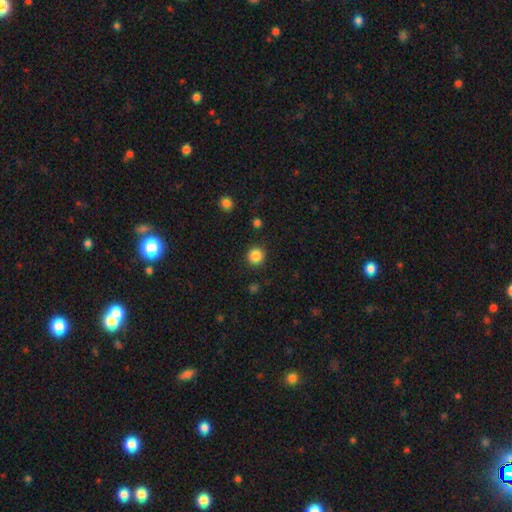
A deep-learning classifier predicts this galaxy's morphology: Smooth or featured? Predicted: smooth (p=0.86). How rounded? Predicted: round (p=0.94). Merging? Predicted: none (p=0.90).